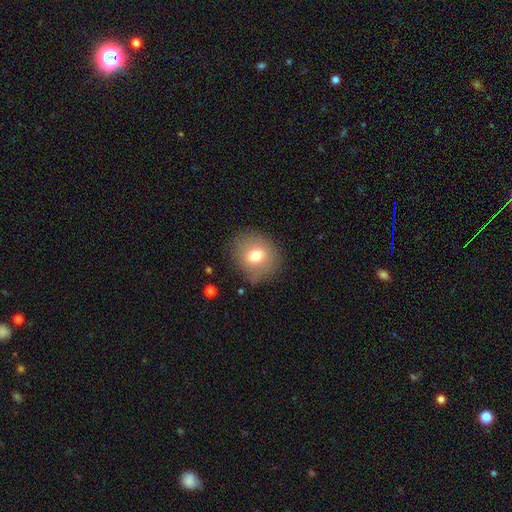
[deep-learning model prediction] Smooth or featured? Predicted: smooth (p=0.72). How rounded? Predicted: round (p=0.69). Merging? Predicted: none (p=0.79).